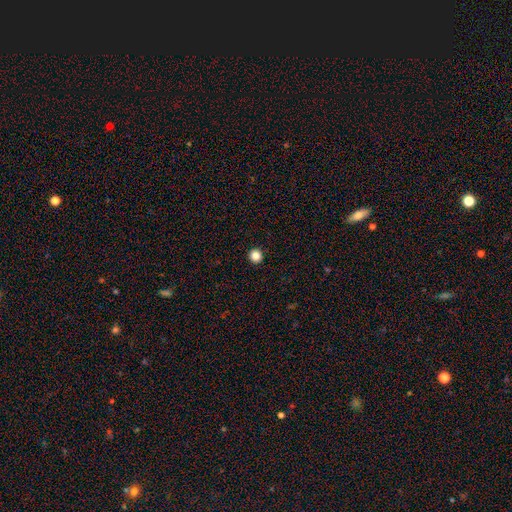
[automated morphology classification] Smooth or featured: smooth — 85% (star or artifact — 11%)
How rounded: round — 95% (in between — 4%)
Merging: none — 94% (minor disturbance — 4%)